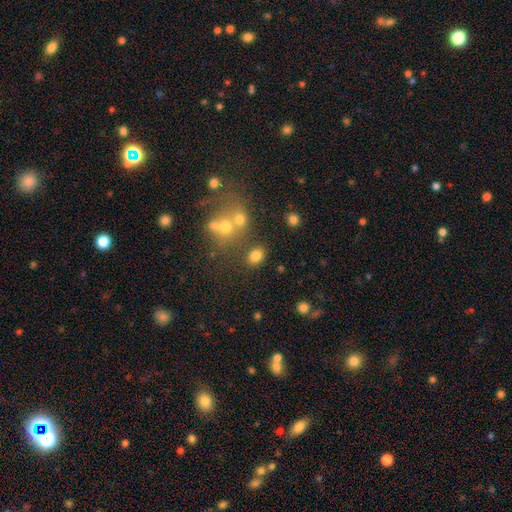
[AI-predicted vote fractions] This appears to be a smooth galaxy with no disk features (80%) that is in between round and cigar-shaped (65%). Merging: none (75%).